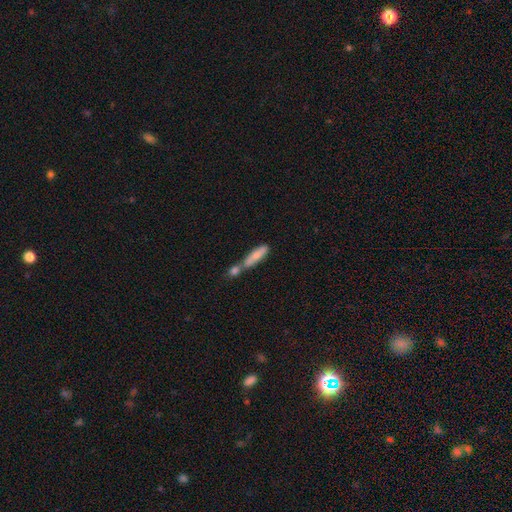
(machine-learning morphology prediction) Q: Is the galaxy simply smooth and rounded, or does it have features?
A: smooth — 75%.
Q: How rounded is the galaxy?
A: cigar-shaped — 69%.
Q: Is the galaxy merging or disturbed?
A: merger — 57%.